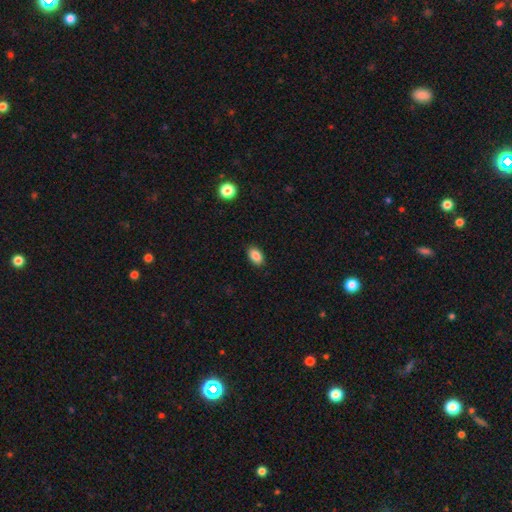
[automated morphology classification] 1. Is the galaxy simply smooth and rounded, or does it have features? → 86% smooth, 8% star or artifact, 5% featured or disk.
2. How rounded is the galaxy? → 90% in between, 9% round, 1% cigar-shaped.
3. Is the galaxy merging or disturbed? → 89% none, 8% minor disturbance, 2% major disturbance, 1% merger.